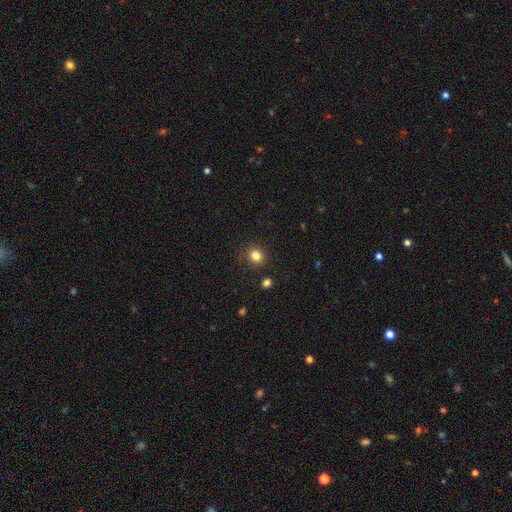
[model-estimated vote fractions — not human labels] smooth_or_featured: smooth (p=0.82) [alt: star or artifact p=0.13]
how_rounded: round (p=0.84) [alt: in between p=0.15]
merging: none (p=0.87) [alt: minor disturbance p=0.08]